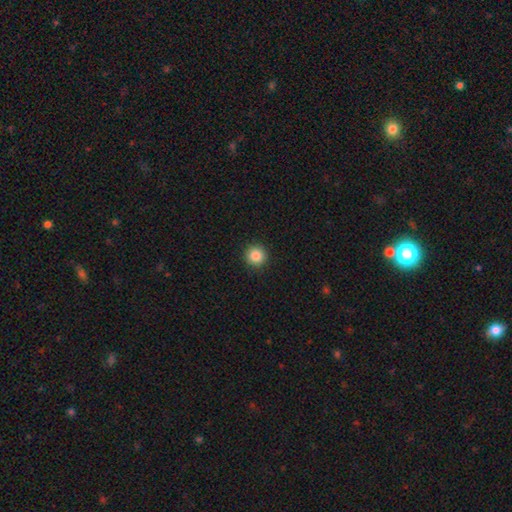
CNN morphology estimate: Smooth or featured?
  - smooth: 85% *
  - star or artifact: 10%
  - featured or disk: 5%
How rounded?
  - round: 96% *
  - in between: 4%
  - cigar-shaped: 1%
Merging?
  - none: 92% *
  - minor disturbance: 5%
  - major disturbance: 2%
  - merger: 1%